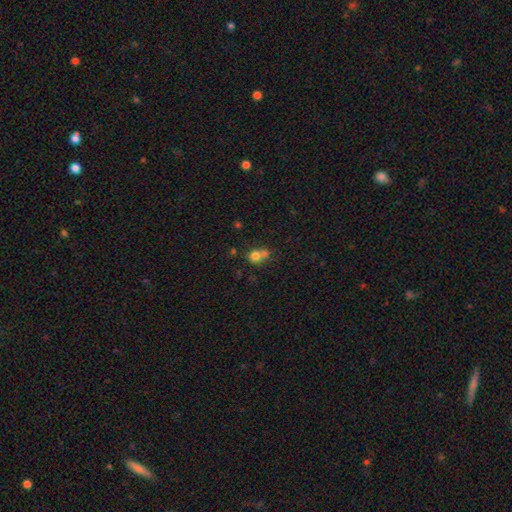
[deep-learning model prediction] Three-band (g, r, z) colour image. It shows a smooth galaxy with no disk features (75%) that is round (77%). Merging: merger (52%).